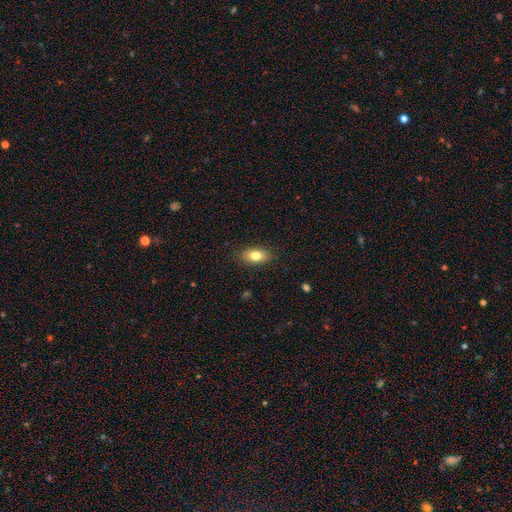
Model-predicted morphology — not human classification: Smooth or featured?
  - smooth: 80% *
  - featured or disk: 13%
  - star or artifact: 8%
How rounded?
  - in between: 88% *
  - round: 7%
  - cigar-shaped: 5%
Merging?
  - none: 86% *
  - minor disturbance: 10%
  - major disturbance: 2%
  - merger: 1%